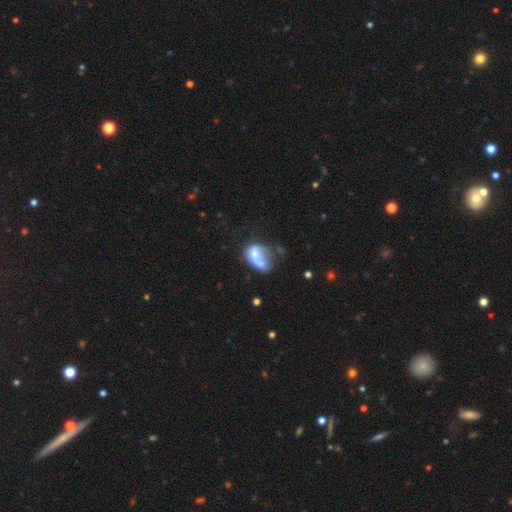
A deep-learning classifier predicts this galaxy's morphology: Smooth or featured? Predicted: smooth (p=0.48). Merging? Predicted: merger (p=0.46).